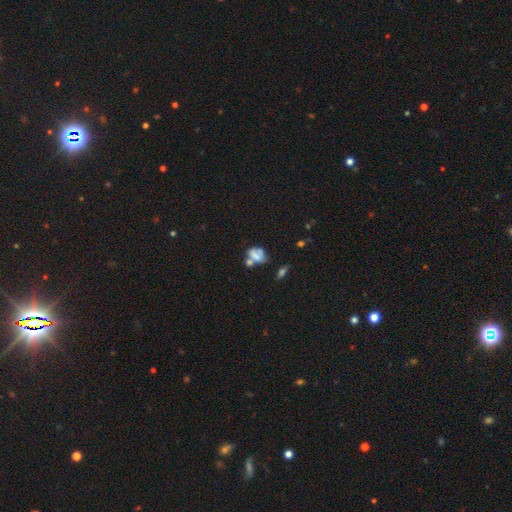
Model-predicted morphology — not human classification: smooth_or_featured: smooth (p=0.56) [alt: featured or disk p=0.29]
how_rounded: in between (p=0.71) [alt: round p=0.26]
merging: merger (p=0.41) [alt: none p=0.31]